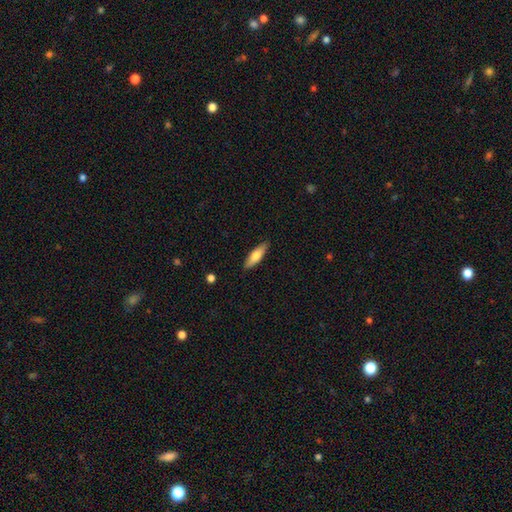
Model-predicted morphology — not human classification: A smooth galaxy with no disk features (72%) that is cigar-shaped (53%). Merging: none (89%).